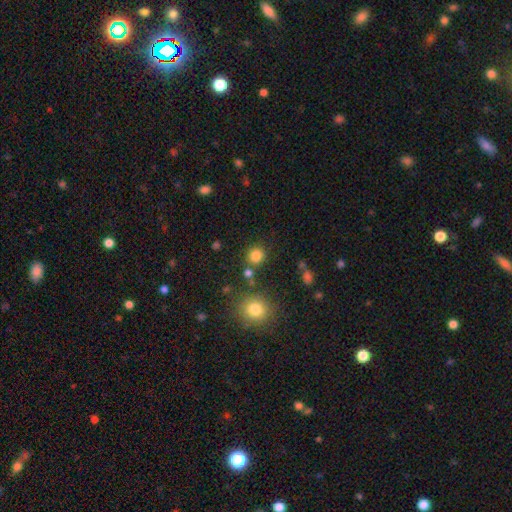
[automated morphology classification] Q: Smooth or featured?
A: smooth (81%); runner-up: star or artifact (13%)
Q: How rounded?
A: round (90%); runner-up: in between (9%)
Q: Merging?
A: none (82%); runner-up: minor disturbance (8%)